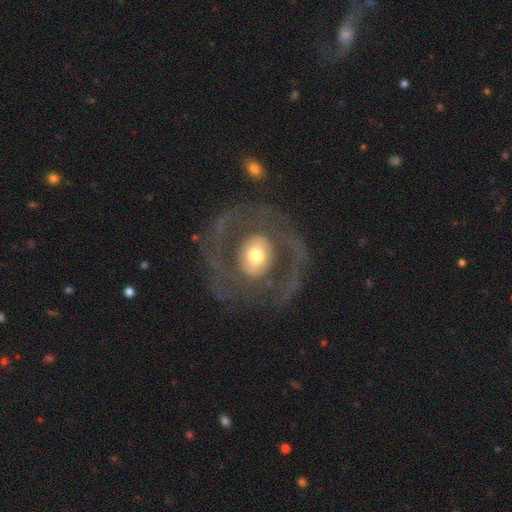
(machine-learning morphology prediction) A featured or disk galaxy (71%) with no bar (67%), spiral arms (61%) and a moderate central bulge (56%). Merging: none (70%).